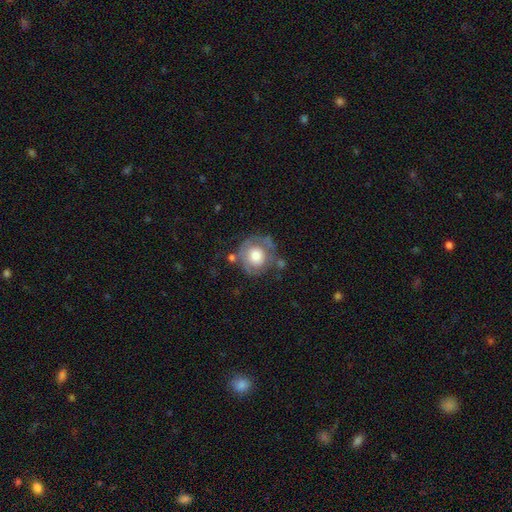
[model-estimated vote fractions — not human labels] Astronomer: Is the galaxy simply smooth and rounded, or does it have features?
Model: smooth — 49% (runner-up: featured or disk, 43%).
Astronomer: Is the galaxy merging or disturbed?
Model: none — 54%.